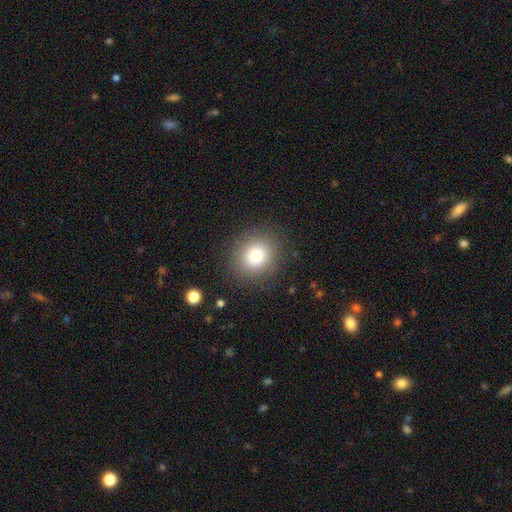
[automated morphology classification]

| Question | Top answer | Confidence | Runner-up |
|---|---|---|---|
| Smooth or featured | smooth | 77% | star or artifact (13%) |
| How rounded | round | 87% | in between (12%) |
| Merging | none | 88% | minor disturbance (8%) |